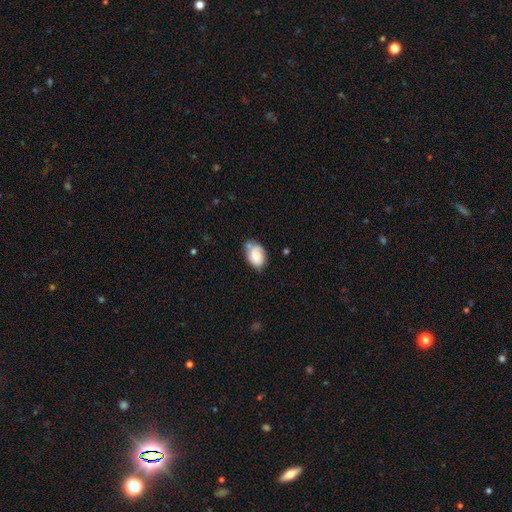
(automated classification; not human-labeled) This appears to be a smooth galaxy with no disk features (79%) that is in between round and cigar-shaped (79%). Merging: none (47%).